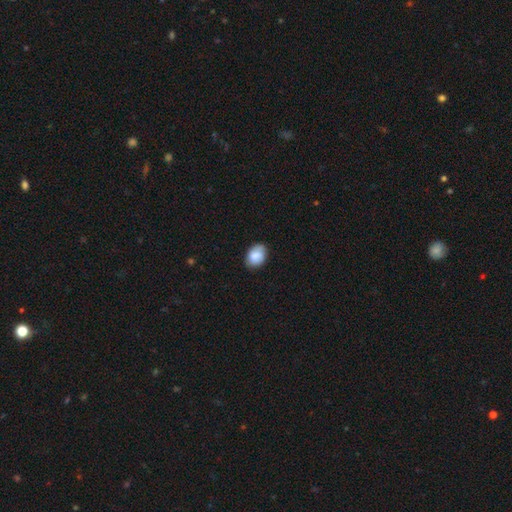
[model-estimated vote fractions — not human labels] Morphology: type=smooth (79%); roundness=in between (75%); merging=none (77%).